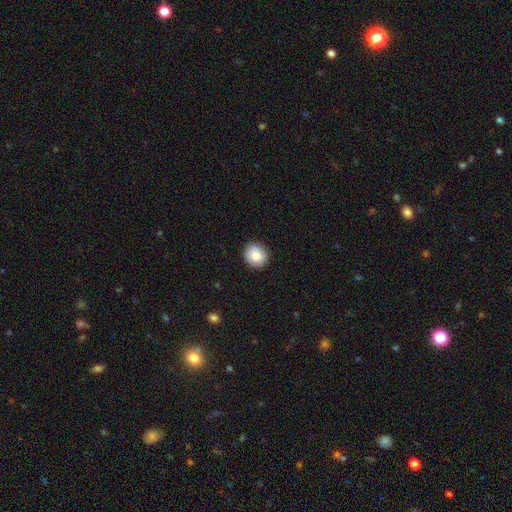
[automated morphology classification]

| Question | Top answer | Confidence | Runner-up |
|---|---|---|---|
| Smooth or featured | smooth | 81% | featured or disk (10%) |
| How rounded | round | 90% | in between (9%) |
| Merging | none | 89% | minor disturbance (8%) |